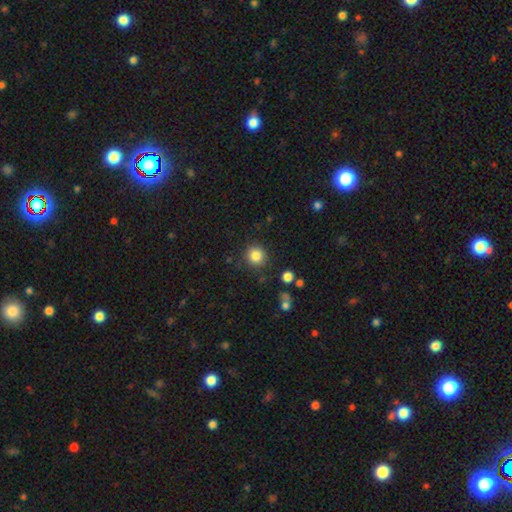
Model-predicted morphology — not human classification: Smooth or featured? smooth (85%)
How rounded? round (91%)
Merging? none (87%)